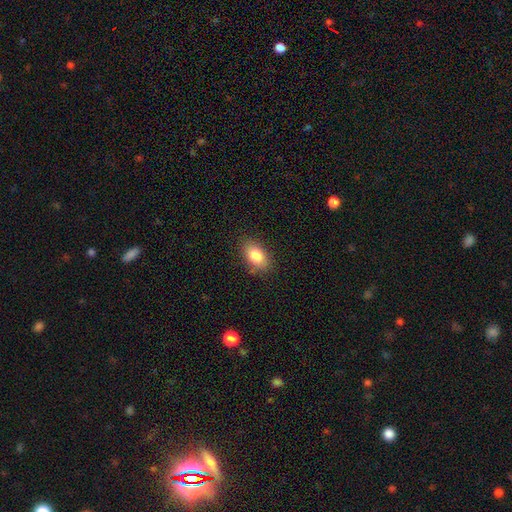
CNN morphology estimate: Overall: smooth (84%). How rounded: in between (89%). Merging: none (83%).